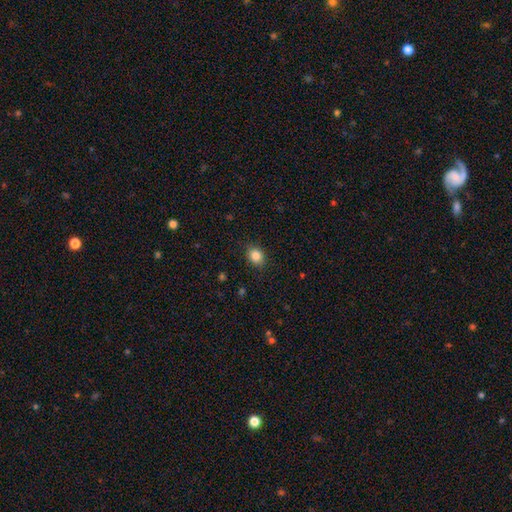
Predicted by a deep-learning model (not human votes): This is clearly a smooth galaxy (84%). How rounded: possibly round (53%). Merging: clearly none (87%).